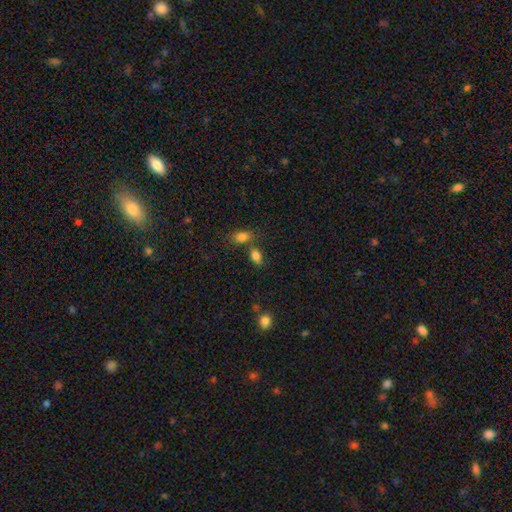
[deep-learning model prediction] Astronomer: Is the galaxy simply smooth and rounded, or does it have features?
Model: smooth — 83%.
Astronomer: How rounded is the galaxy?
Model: in between — 83%.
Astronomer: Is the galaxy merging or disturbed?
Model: none — 61%.